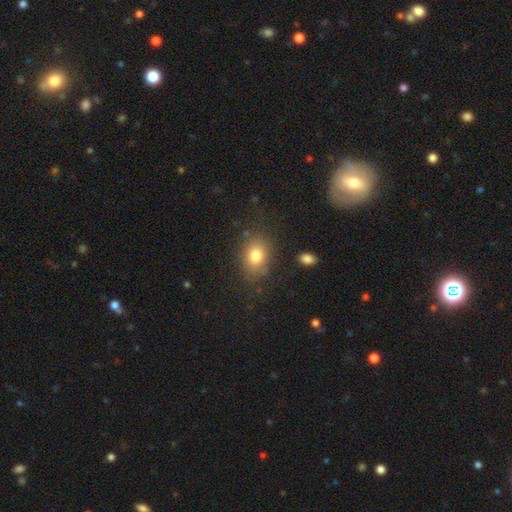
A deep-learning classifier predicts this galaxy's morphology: smooth 80%, star or artifact 10%, featured or disk 10%. Down the decision tree: how rounded — in between (65%); merging — none (78%).